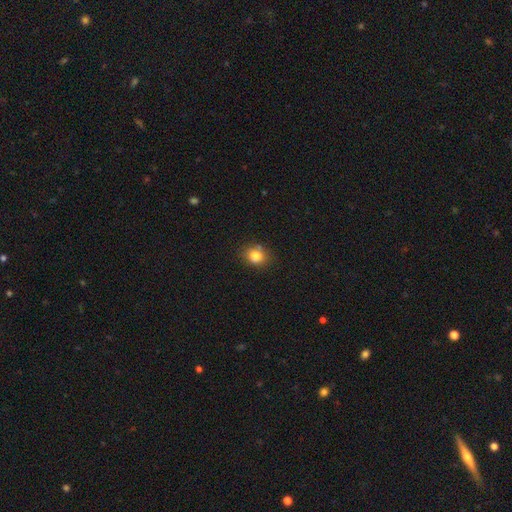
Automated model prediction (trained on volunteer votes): Smooth or featured: smooth — 82% (star or artifact — 11%)
How rounded: round — 67% (in between — 32%)
Merging: none — 74% (minor disturbance — 16%)